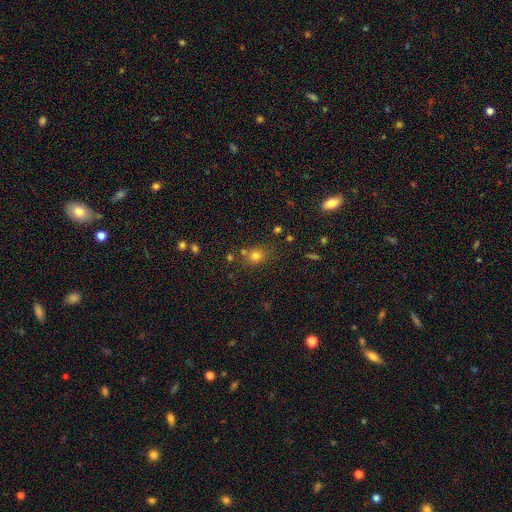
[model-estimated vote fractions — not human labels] This is likely a smooth galaxy (76%). How rounded: likely round (69%). Merging: likely none (70%).